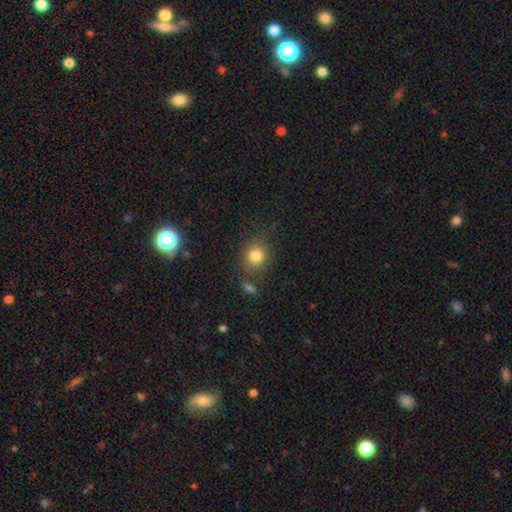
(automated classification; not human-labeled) Smooth or featured? smooth (81%)
How rounded? round (73%)
Merging? none (71%)